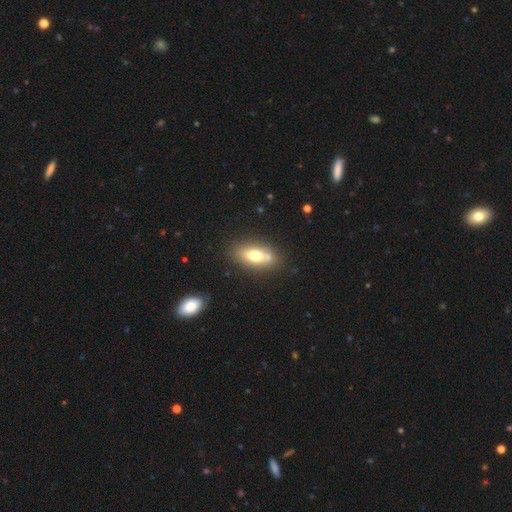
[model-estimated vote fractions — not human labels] Overall: smooth (67%). How rounded: in between (82%). Merging: none (65%).